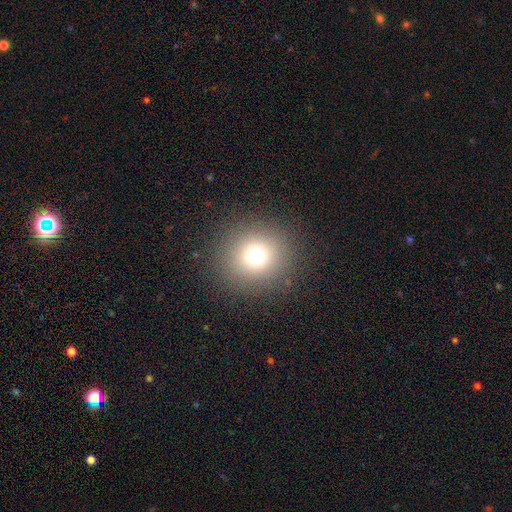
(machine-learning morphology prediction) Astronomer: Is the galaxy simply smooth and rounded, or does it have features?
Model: smooth — 69%.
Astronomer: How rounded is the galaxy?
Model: round — 92%.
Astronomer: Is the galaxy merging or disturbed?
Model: none — 89%.